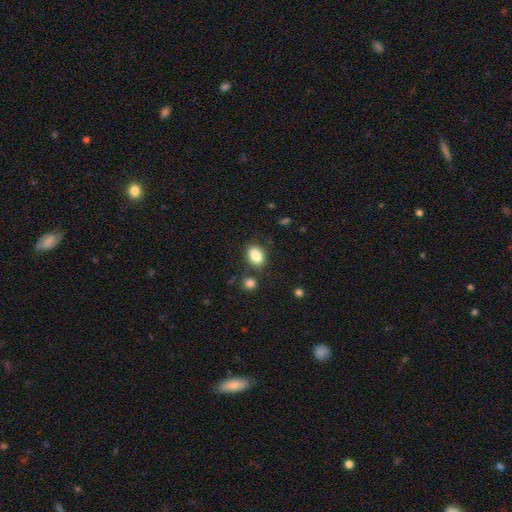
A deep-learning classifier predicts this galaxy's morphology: The model was most divided on "how rounded": in between: 78%, round: 21%, cigar-shaped: 1%. More confident: smooth or featured — smooth (86%); merging — none (76%).